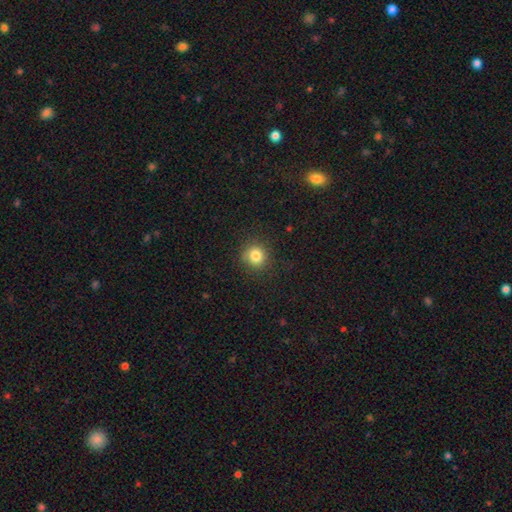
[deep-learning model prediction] smooth-or-featured: smooth: 83% | star or artifact: 12% | featured or disk: 5%
  how-rounded: round: 89% | in between: 10% | cigar-shaped: 1%
  merging: none: 86% | minor disturbance: 9% | major disturbance: 3% | merger: 1%